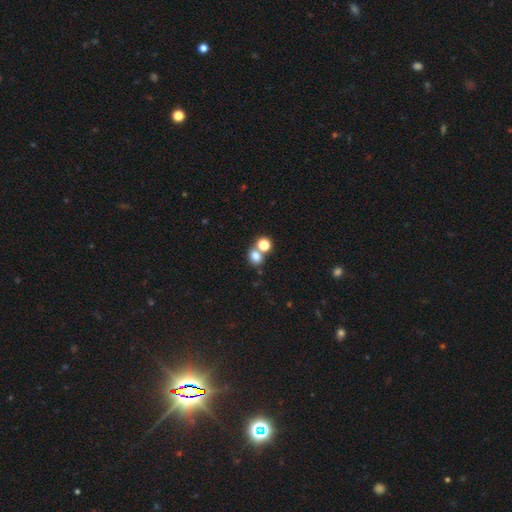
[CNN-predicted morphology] This is likely a smooth galaxy (77%). How rounded: likely round (61%). Merging: possibly none (47%).